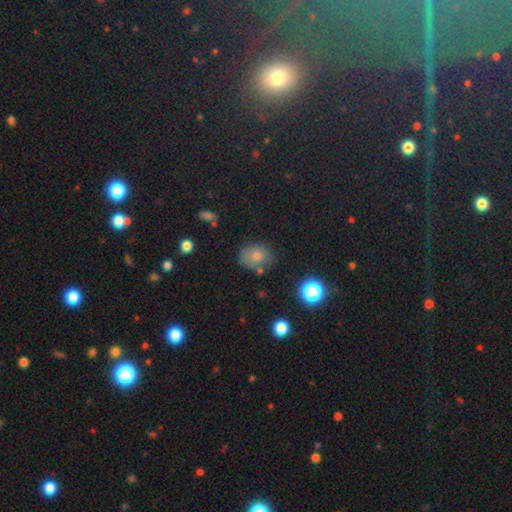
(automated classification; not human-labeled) smooth_or_featured: smooth (p=0.72) [alt: star or artifact p=0.15]
how_rounded: round (p=0.50) [alt: in between p=0.49]
merging: none (p=0.66) [alt: minor disturbance p=0.20]